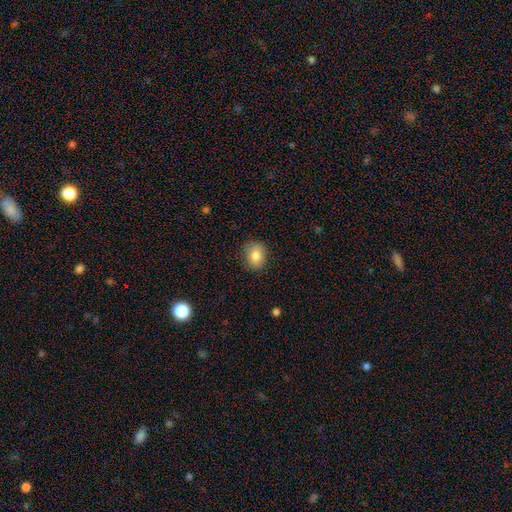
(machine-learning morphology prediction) smooth 83%, star or artifact 9%, featured or disk 8%. Down the decision tree: how rounded — in between (53%); merging — none (84%).